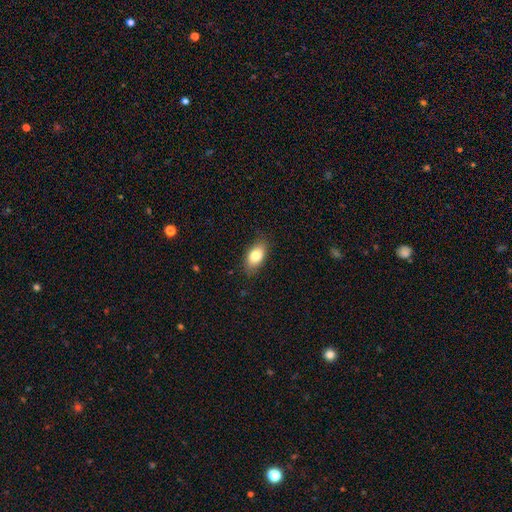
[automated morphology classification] type=smooth (80%); roundness=in between (90%); merging=none (84%).